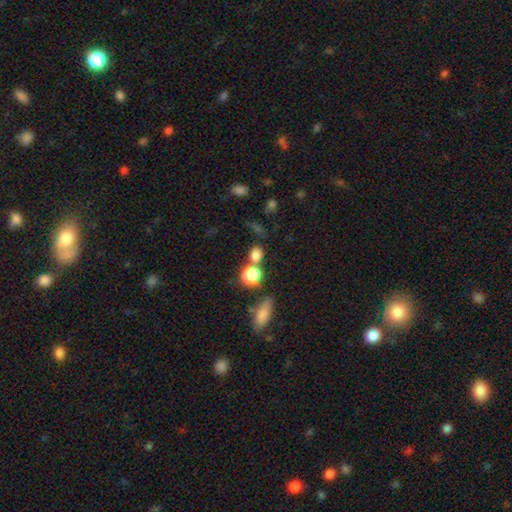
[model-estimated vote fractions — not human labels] smooth-or-featured: smooth: 75% | star or artifact: 18% | featured or disk: 7%
  how-rounded: round: 64% | in between: 33% | cigar-shaped: 3%
  merging: none: 60% | merger: 26% | minor disturbance: 10% | major disturbance: 5%